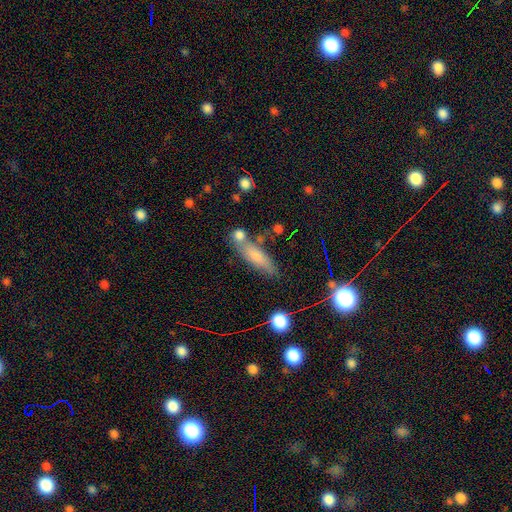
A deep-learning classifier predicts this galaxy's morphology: A smooth galaxy with no disk features (68%) that is cigar-shaped (55%). Merging: none (57%).